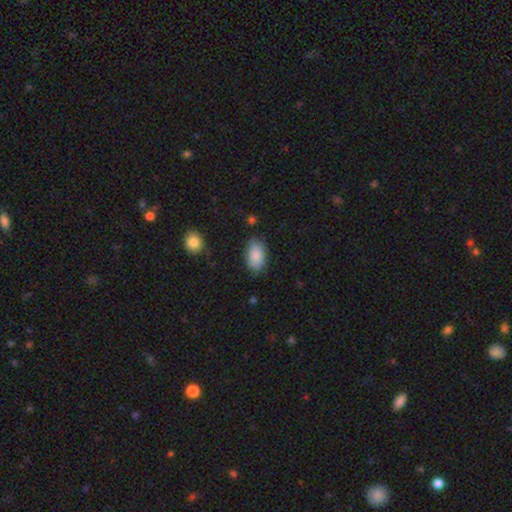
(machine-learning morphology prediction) Smooth or featured?
  - smooth: 88% *
  - star or artifact: 6%
  - featured or disk: 6%
How rounded?
  - in between: 93% *
  - round: 5%
  - cigar-shaped: 2%
Merging?
  - none: 77% *
  - minor disturbance: 17%
  - major disturbance: 4%
  - merger: 2%